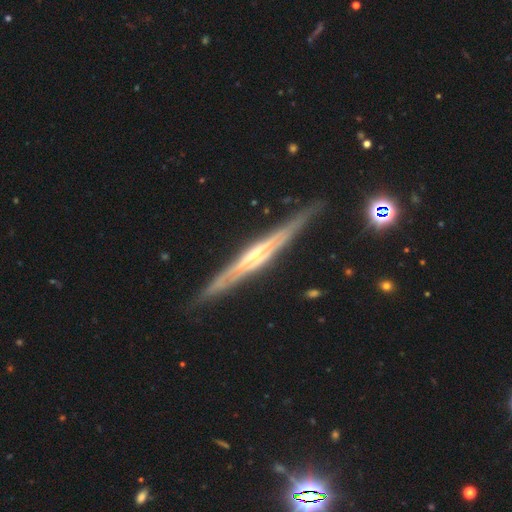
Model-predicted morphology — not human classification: A featured or disk galaxy (85%) viewed edge-on (97%) with a rounded central bulge (64%).

Vote fractions:
- Smooth or featured? featured or disk: 85% / smooth: 9% / star or artifact: 6%
- Edge-on disk? yes: 97% / no: 3%
- Edge-on bulge? rounded: 64% / none: 21% / boxy: 15%
- Merging? none: 88% / minor disturbance: 9% / major disturbance: 2% / merger: 1%